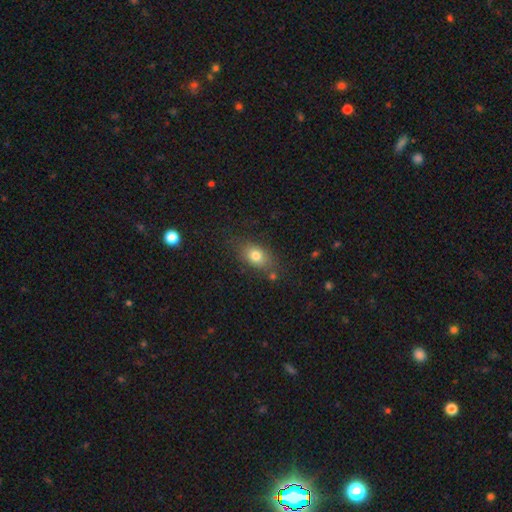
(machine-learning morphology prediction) A smooth galaxy with no disk features (77%) that is in between round and cigar-shaped (75%).

Vote fractions:
- Smooth or featured? smooth: 77% / featured or disk: 13% / star or artifact: 10%
- How rounded? in between: 75% / round: 21% / cigar-shaped: 4%
- Merging? none: 72% / minor disturbance: 18% / major disturbance: 6% / merger: 5%